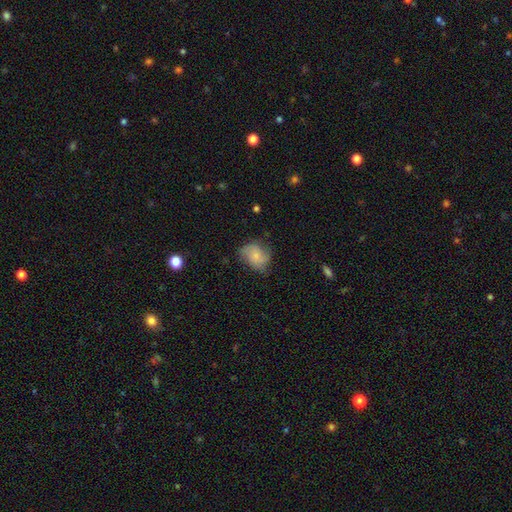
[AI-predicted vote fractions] Overall: smooth (59%; featured or disk 32%). How rounded: round (53%; in between 46%). Merging: none (58%; minor disturbance 30%).